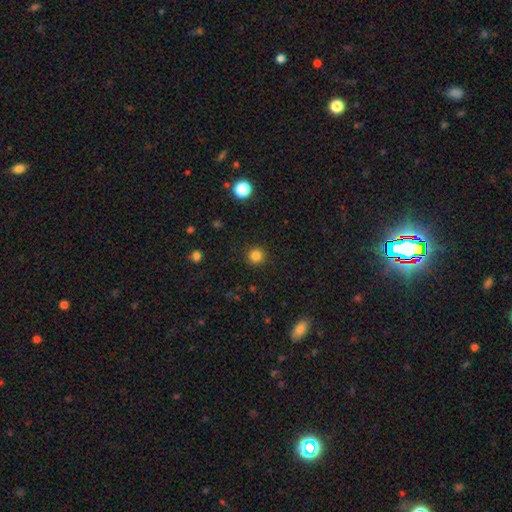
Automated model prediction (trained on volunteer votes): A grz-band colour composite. It shows a smooth galaxy with no disk features (83%) that is round (94%). Merging: none (91%).